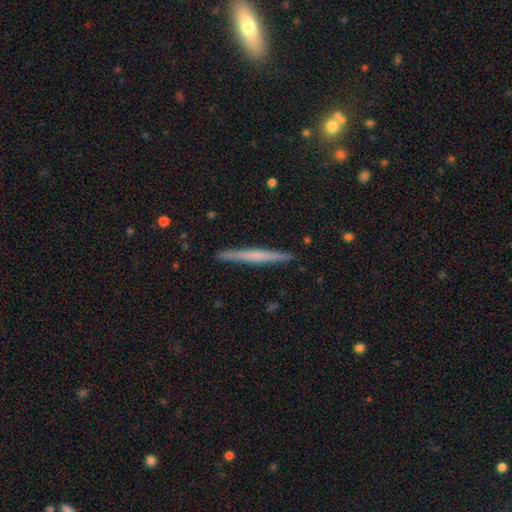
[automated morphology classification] Q: Smooth or featured?
A: featured or disk (50%); runner-up: smooth (44%)
Q: Edge-on disk?
A: yes (98%); runner-up: no (2%)
Q: Merging?
A: none (92%); runner-up: minor disturbance (6%)